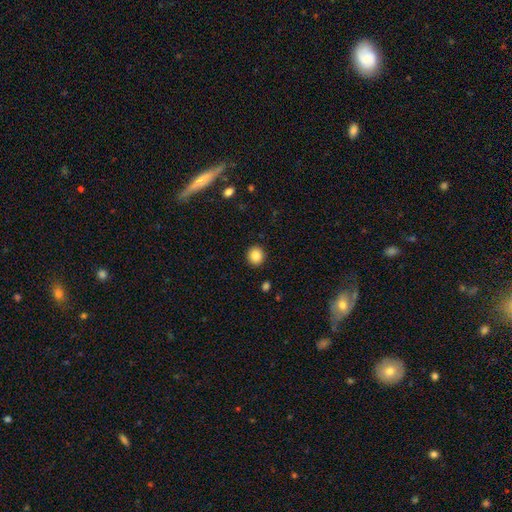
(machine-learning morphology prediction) smooth_or_featured: smooth (p=0.87) [alt: star or artifact p=0.09]
how_rounded: round (p=0.85) [alt: in between p=0.14]
merging: none (p=0.91) [alt: minor disturbance p=0.06]